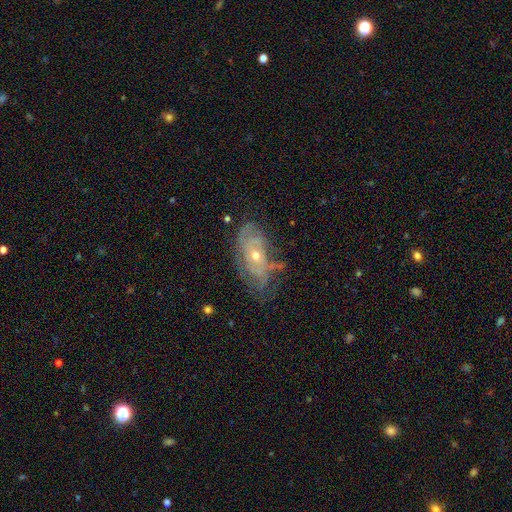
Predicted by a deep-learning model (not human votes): Smooth or featured: featured or disk — 78% (smooth — 14%)
Edge-on disk: no — 93% (yes — 7%)
Bar: no — 78% (weak — 18%)
Spiral arms: yes — 83% (no — 17%)
Spiral winding: tight — 63% (medium — 27%)
Spiral arm count: can't tell — 50% (2 — 22%)
Bulge size: moderate — 49% (small — 48%)
Merging: none — 60% (minor disturbance — 25%)